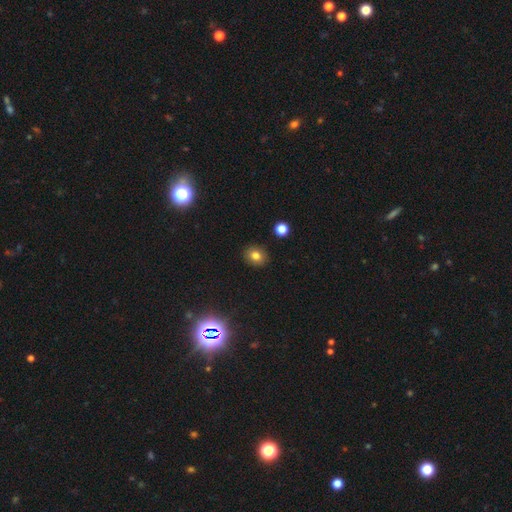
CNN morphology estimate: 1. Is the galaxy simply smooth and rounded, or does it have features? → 78% smooth, 14% star or artifact, 8% featured or disk.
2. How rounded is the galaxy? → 66% round, 33% in between, 1% cigar-shaped.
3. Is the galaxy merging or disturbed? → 89% none, 7% minor disturbance, 2% major disturbance, 2% merger.